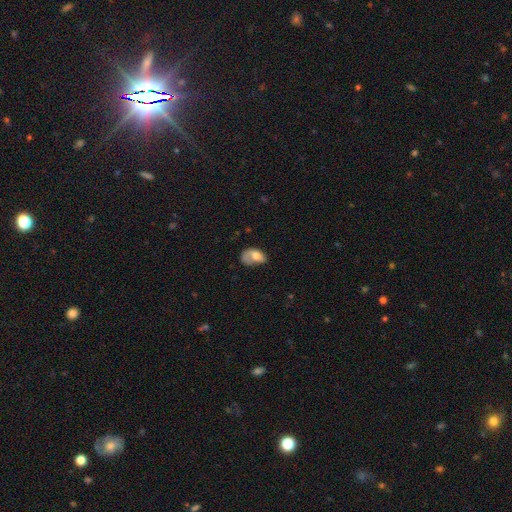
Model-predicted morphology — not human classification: type=smooth (59%); roundness=in between (88%); merging=major disturbance (36%).